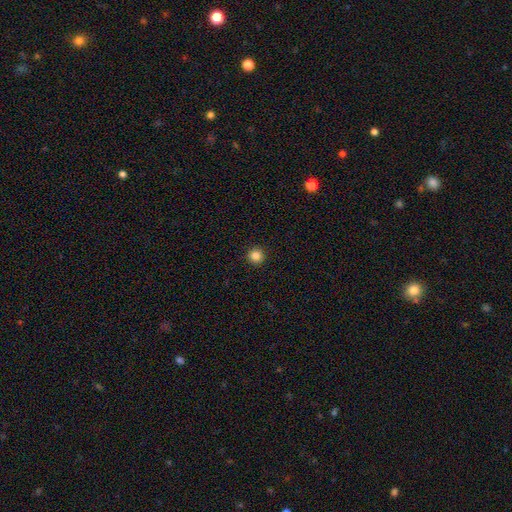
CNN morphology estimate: type=smooth (84%); roundness=round (96%); merging=none (93%).